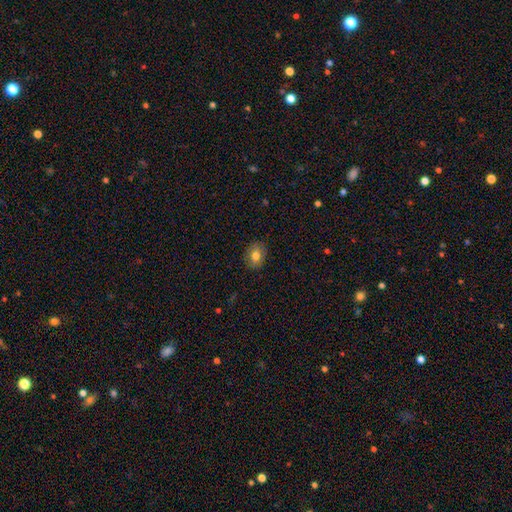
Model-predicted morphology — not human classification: A smooth galaxy with no disk features (77%) that is in between round and cigar-shaped (62%).

Vote fractions:
- Smooth or featured? smooth: 77% / featured or disk: 14% / star or artifact: 9%
- How rounded? in between: 62% / round: 37% / cigar-shaped: 1%
- Merging? none: 87% / minor disturbance: 10% / major disturbance: 2% / merger: 1%